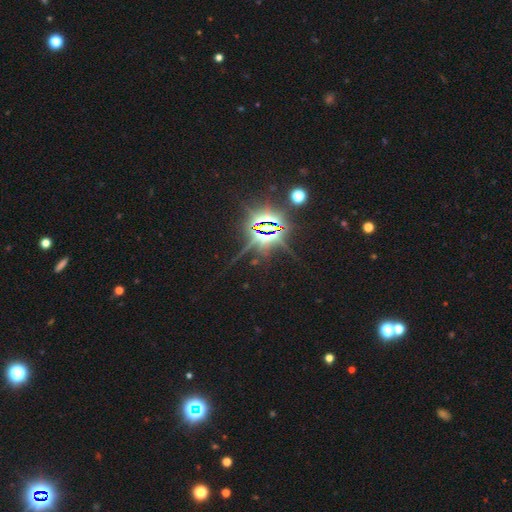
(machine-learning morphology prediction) smooth_or_featured: star or artifact (p=0.86) [alt: smooth p=0.08]